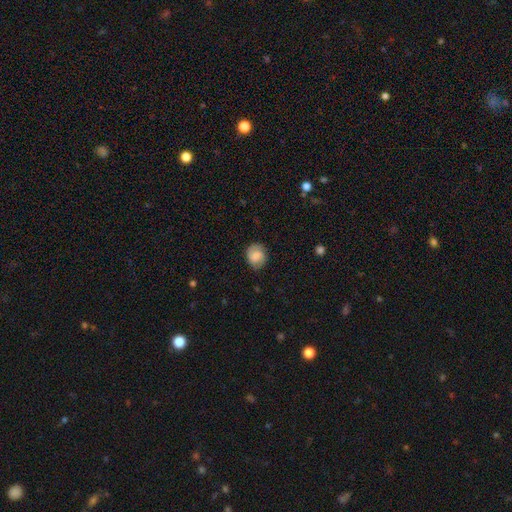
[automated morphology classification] A smooth galaxy with no disk features (68%) that is round (68%).

Vote fractions:
- Smooth or featured? smooth: 68% / featured or disk: 24% / star or artifact: 8%
- How rounded? round: 68% / in between: 31% / cigar-shaped: 1%
- Merging? none: 76% / minor disturbance: 18% / major disturbance: 5% / merger: 1%